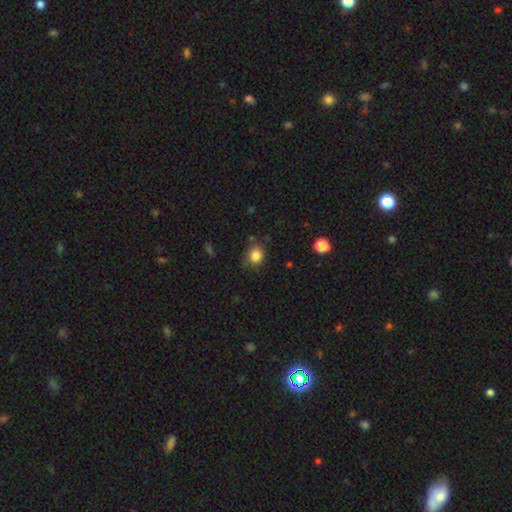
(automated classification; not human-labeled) Morphology: type=smooth (84%); roundness=round (70%); merging=none (76%).